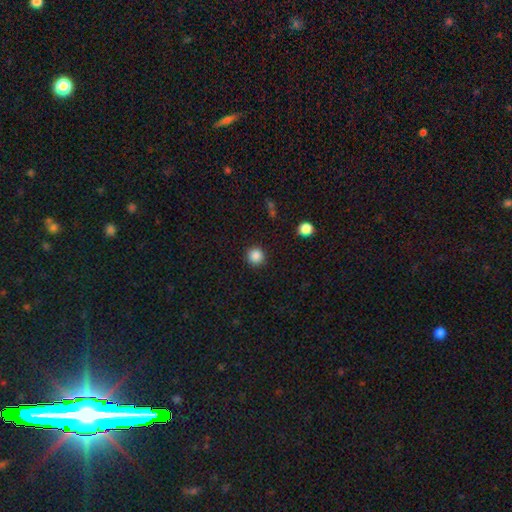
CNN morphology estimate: type=smooth (87%); roundness=round (94%); merging=none (91%).